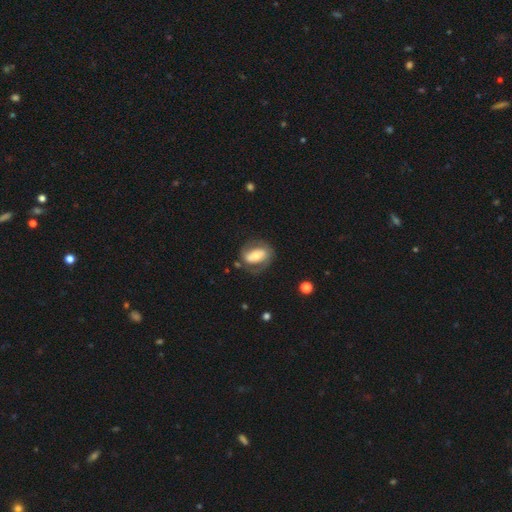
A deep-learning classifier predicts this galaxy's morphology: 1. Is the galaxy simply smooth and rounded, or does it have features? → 52% featured or disk, 42% smooth, 7% star or artifact.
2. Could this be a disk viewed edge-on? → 91% no, 9% yes.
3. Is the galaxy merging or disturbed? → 62% none, 21% minor disturbance, 13% major disturbance, 3% merger.